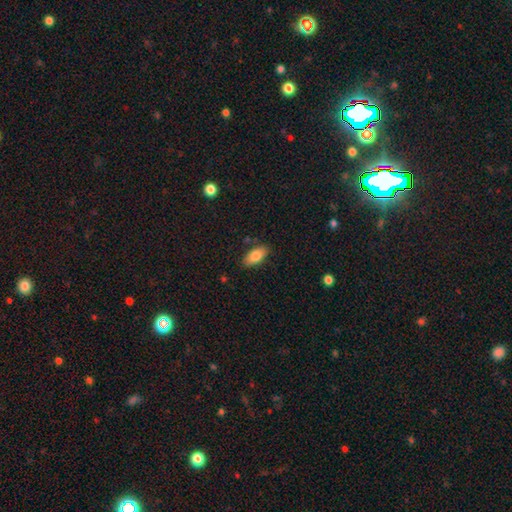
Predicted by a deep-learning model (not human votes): The model was most divided on "smooth or featured": smooth: 80%, featured or disk: 13%, star or artifact: 7%. More confident: how rounded — in between (89%); merging — none (85%).